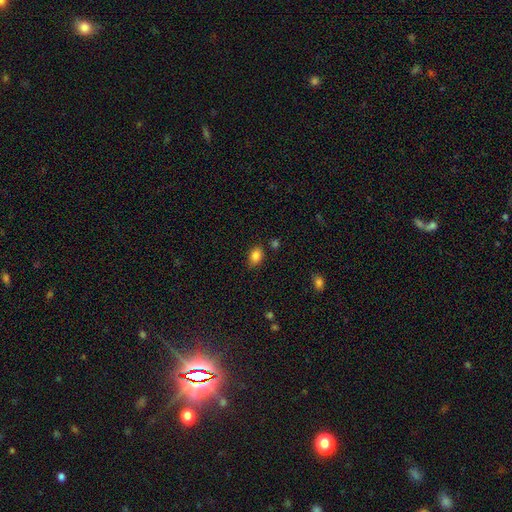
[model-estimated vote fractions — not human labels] smooth-or-featured: smooth: 85% | star or artifact: 10% | featured or disk: 5%
  how-rounded: in between: 74% | round: 25% | cigar-shaped: 1%
  merging: none: 80% | minor disturbance: 14% | merger: 3% | major disturbance: 3%